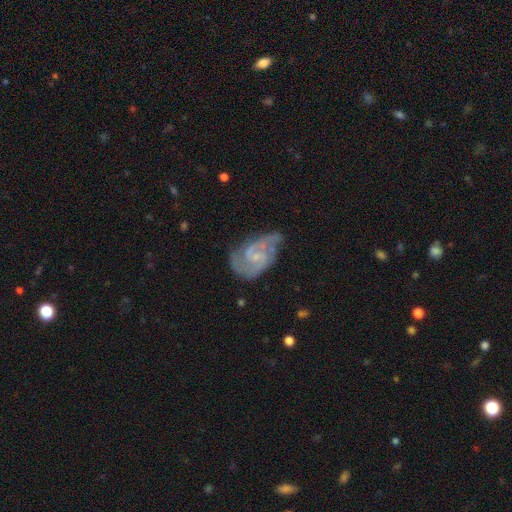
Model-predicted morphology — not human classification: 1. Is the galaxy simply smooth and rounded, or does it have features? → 87% featured or disk, 8% smooth, 5% star or artifact.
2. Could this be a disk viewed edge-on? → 98% no, 2% yes.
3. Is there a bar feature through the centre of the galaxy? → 47% no, 45% weak, 8% strong.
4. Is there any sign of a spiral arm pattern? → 96% yes, 4% no.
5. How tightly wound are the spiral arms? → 51% medium, 35% tight, 14% loose.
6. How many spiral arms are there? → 76% 2, 9% 3, 8% can't tell, 3% 1, 2% 4, 2% more than 4.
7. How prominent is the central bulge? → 69% small, 16% moderate, 13% none, 1% large, 1% dominant.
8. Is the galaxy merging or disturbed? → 58% none, 26% minor disturbance, 13% major disturbance, 3% merger.